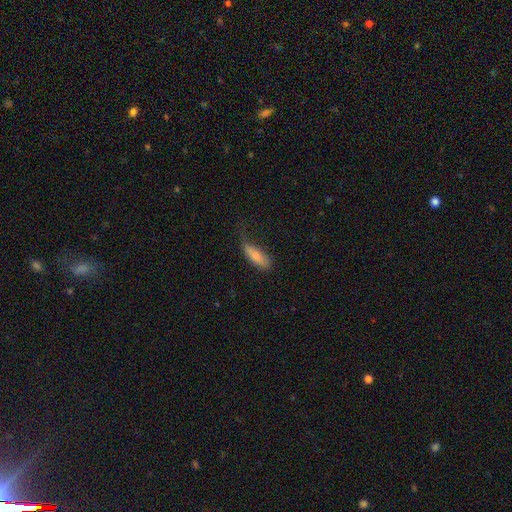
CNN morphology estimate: This appears to be a smooth galaxy with no disk features (83%) that is in between round and cigar-shaped (64%). Merging: none (42%).